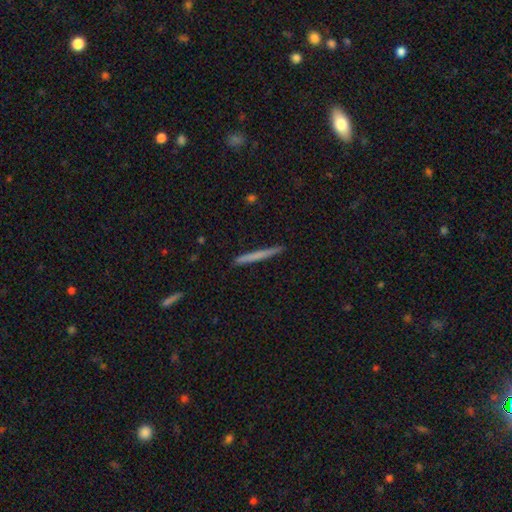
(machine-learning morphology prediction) This is likely a smooth galaxy (63%). How rounded: clearly cigar-shaped (97%). Merging: clearly none (92%).